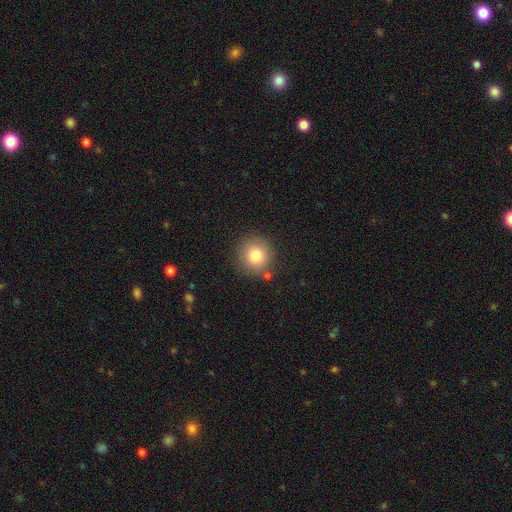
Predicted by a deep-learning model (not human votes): Smooth or featured? smooth (80%)
How rounded? round (92%)
Merging? none (82%)